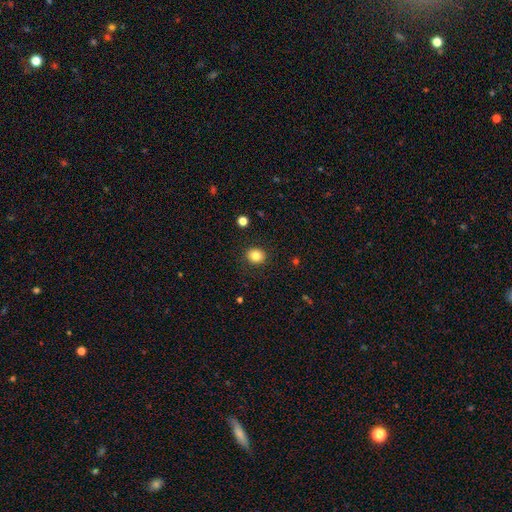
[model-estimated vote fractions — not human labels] smooth 83%, star or artifact 11%, featured or disk 7%. Down the decision tree: how rounded — round (74%); merging — none (89%).